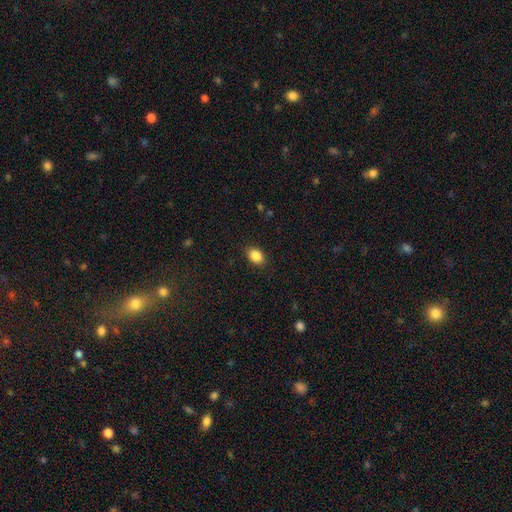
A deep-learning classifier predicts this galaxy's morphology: The model was most divided on "how rounded": in between: 78%, round: 21%, cigar-shaped: 1%. More confident: merging — none (87%); smooth or featured — smooth (87%).